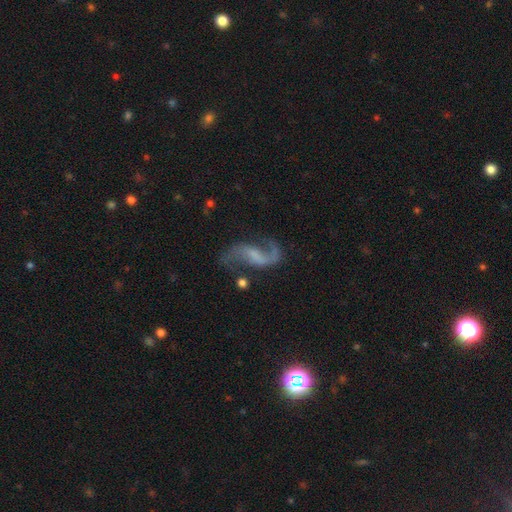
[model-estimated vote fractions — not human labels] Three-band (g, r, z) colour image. It shows a featured or disk galaxy (87%) with a weak bar (46%), 2 (90%) loose (71%) spiral arms (96%) and no central bulge (44%). Merging: none (68%).